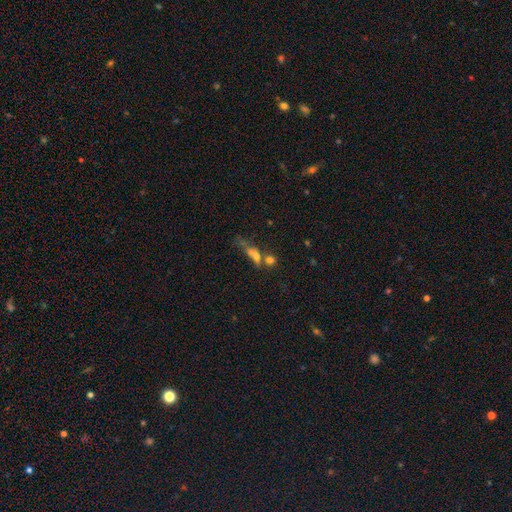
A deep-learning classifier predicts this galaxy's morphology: The model was most divided on "how rounded": in between: 45%, round: 32%, cigar-shaped: 23%. Remaining: smooth or featured — smooth (56%); merging — merger (44%).